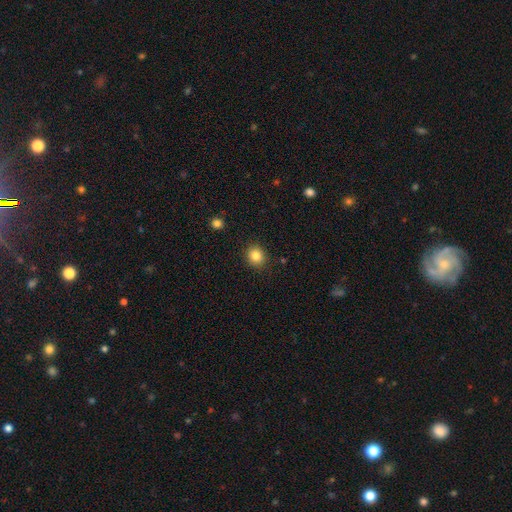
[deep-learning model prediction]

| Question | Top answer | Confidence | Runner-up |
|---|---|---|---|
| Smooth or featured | smooth | 84% | star or artifact (11%) |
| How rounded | round | 78% | in between (21%) |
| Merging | none | 89% | minor disturbance (7%) |